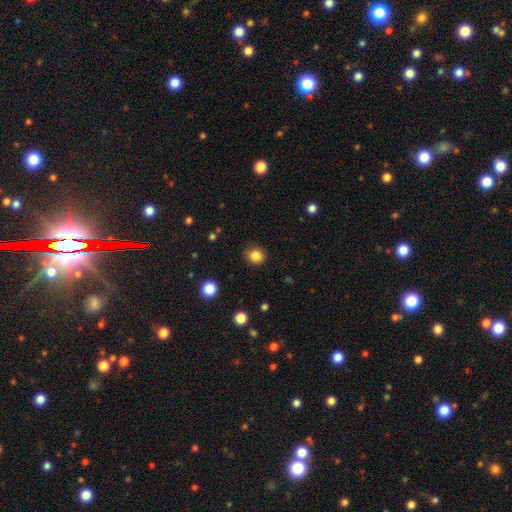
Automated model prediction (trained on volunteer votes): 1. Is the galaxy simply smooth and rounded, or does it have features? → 84% smooth, 11% star or artifact, 5% featured or disk.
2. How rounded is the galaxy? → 82% round, 17% in between, 1% cigar-shaped.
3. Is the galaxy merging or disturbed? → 88% none, 8% minor disturbance, 2% major disturbance, 1% merger.